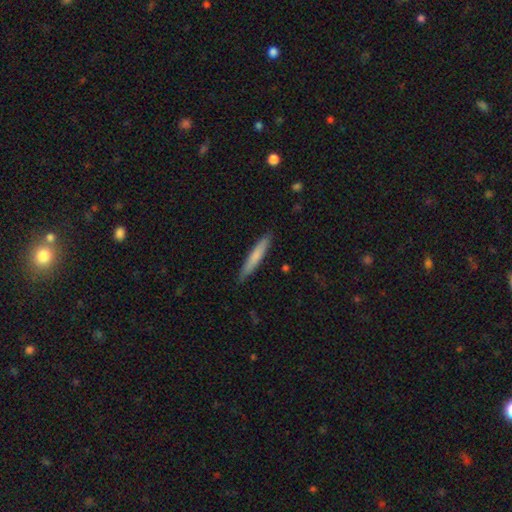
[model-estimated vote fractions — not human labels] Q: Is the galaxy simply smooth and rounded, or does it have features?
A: smooth — 73%.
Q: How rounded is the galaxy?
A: cigar-shaped — 94%.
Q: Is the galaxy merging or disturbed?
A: none — 87%.